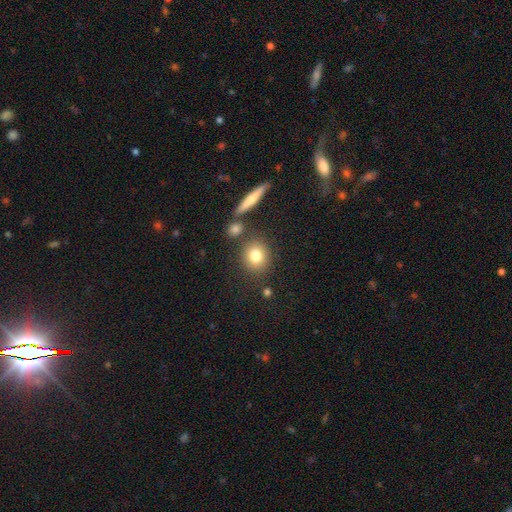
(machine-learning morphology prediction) Smooth or featured? Predicted: smooth (p=0.79). How rounded? Predicted: round (p=0.71). Merging? Predicted: none (p=0.77).